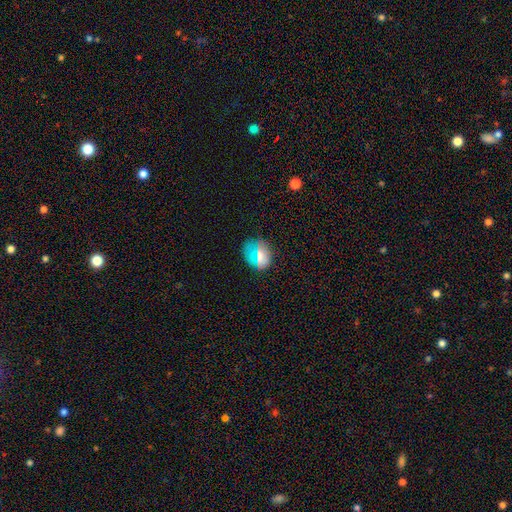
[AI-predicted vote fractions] Smooth or featured? Predicted: smooth (p=0.66). How rounded? Predicted: round (p=0.51). Merging? Predicted: none (p=0.78).